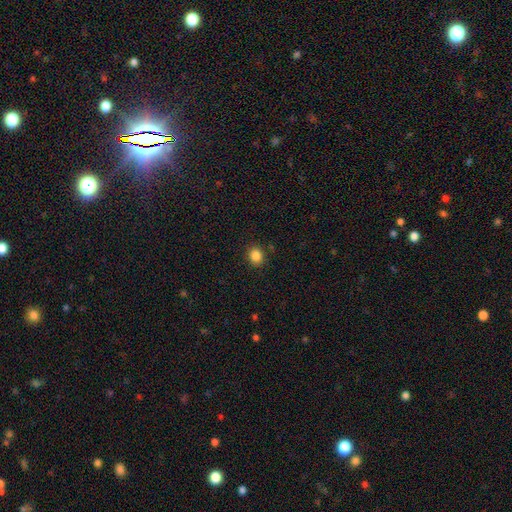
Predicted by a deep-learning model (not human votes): smooth_or_featured: smooth (p=0.85) [alt: star or artifact p=0.11]
how_rounded: round (p=0.67) [alt: in between p=0.32]
merging: none (p=0.89) [alt: minor disturbance p=0.07]